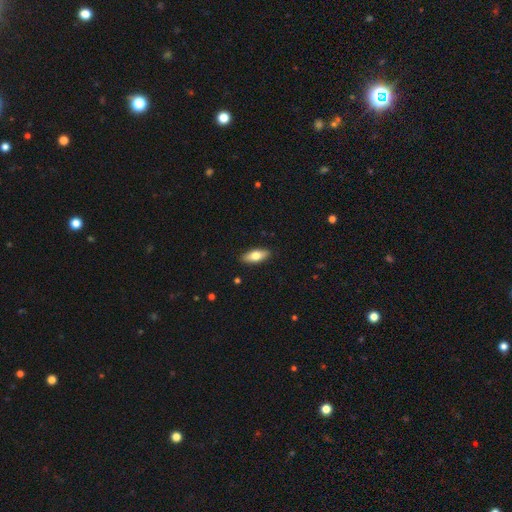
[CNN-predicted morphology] This is likely a smooth galaxy (71%). How rounded: likely in between (76%). Merging: clearly none (90%).